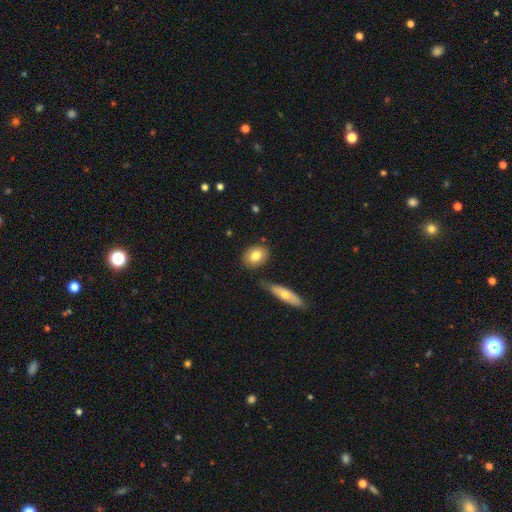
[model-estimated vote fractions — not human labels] Overall: smooth (79%). How rounded: in between (62%; round 35%). Merging: none (80%).